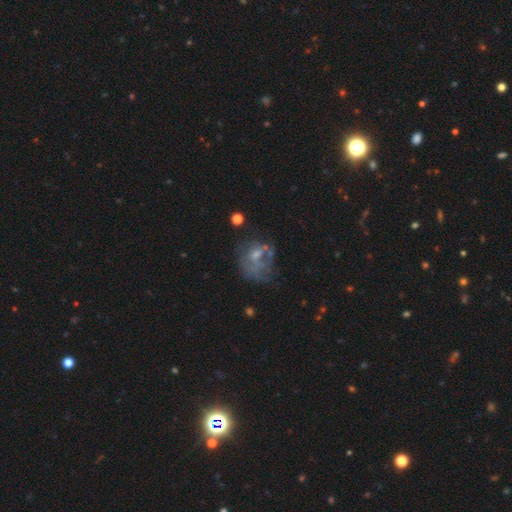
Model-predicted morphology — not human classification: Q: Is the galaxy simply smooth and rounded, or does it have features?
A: featured or disk — 48%.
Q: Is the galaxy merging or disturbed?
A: none — 41%.